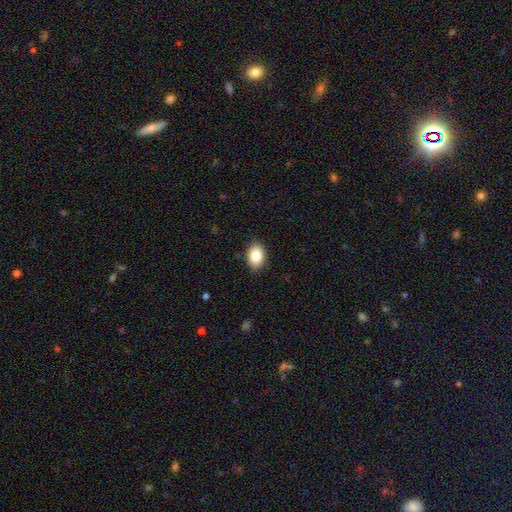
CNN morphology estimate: Overall: smooth (83%). How rounded: in between (83%). Merging: none (87%).